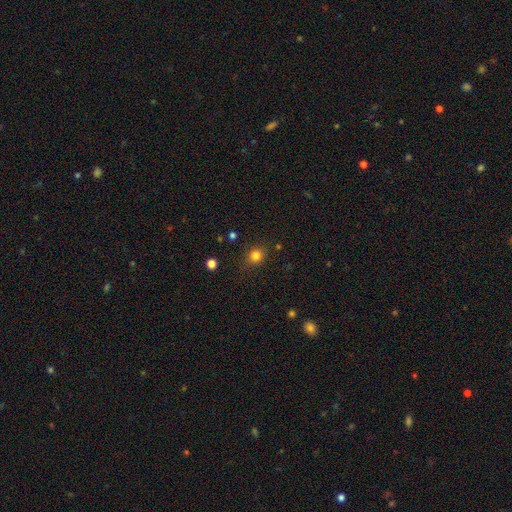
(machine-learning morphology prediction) Smooth or featured? smooth (81%)
How rounded? round (71%)
Merging? none (83%)